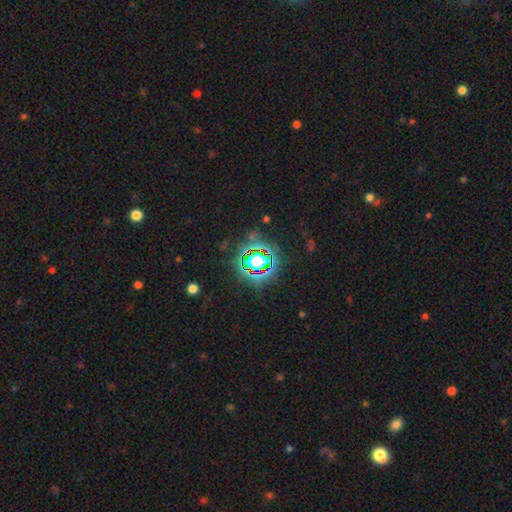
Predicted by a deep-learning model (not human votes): The model was most divided on "smooth or featured": star or artifact: 83%, smooth: 10%, featured or disk: 7%.